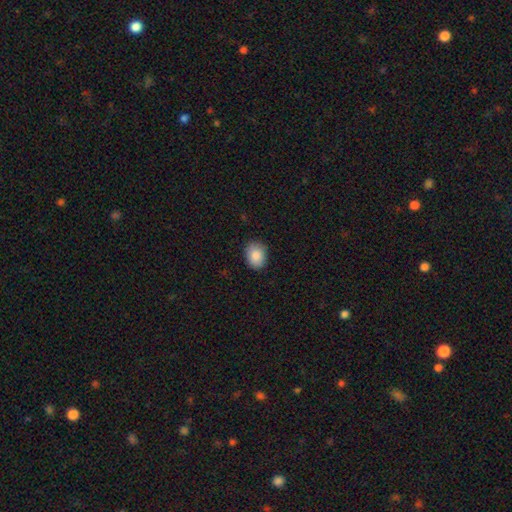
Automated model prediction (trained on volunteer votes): A smooth galaxy with no disk features (87%) that is in between round and cigar-shaped (58%). Merging: none (85%).